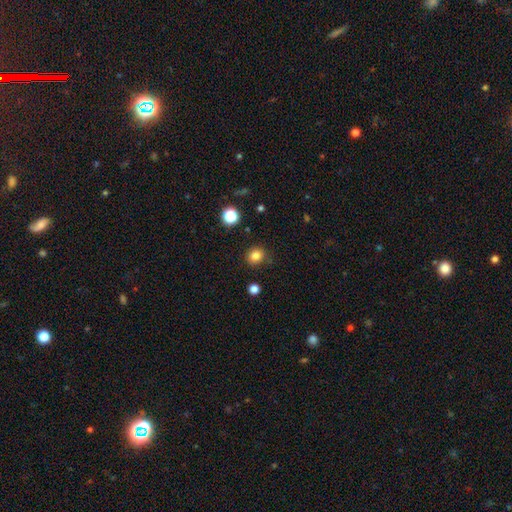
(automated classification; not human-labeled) The model was most divided on "how rounded": round: 80%, in between: 19%, cigar-shaped: 1%. More confident: merging — none (86%); smooth or featured — smooth (82%).